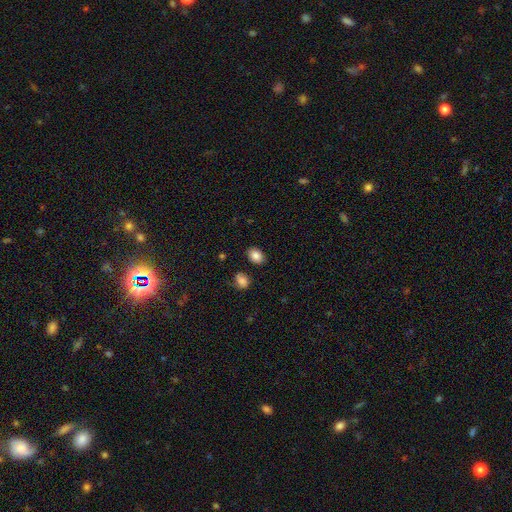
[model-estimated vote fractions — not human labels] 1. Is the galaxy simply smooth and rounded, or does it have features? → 85% smooth, 9% star or artifact, 6% featured or disk.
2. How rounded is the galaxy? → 77% in between, 22% round, 1% cigar-shaped.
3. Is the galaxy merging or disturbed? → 84% none, 10% minor disturbance, 3% merger, 3% major disturbance.